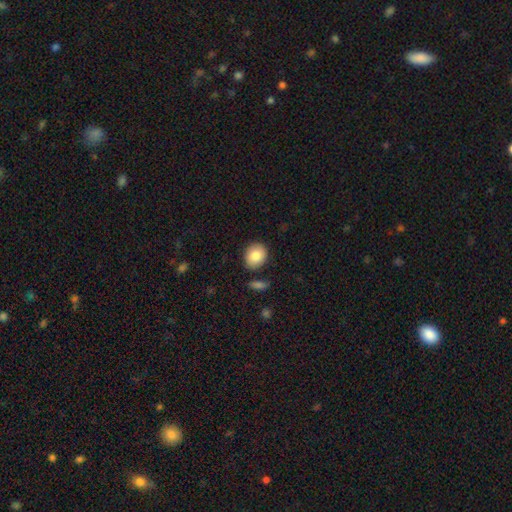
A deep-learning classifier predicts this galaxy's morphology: Smooth or featured? Predicted: smooth (p=0.84). How rounded? Predicted: round (p=0.55). Merging? Predicted: none (p=0.82).